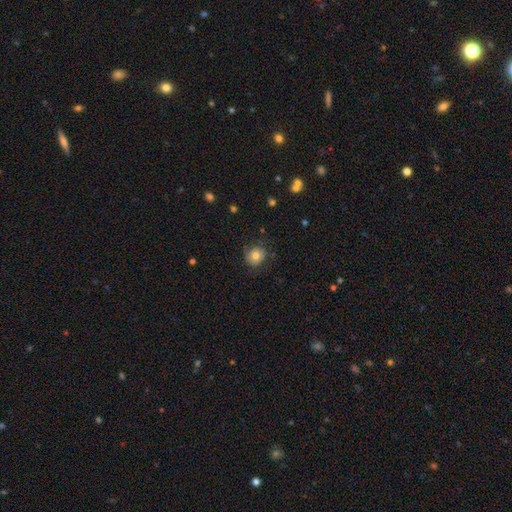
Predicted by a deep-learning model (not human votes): This appears to be a smooth galaxy with no disk features (74%) that is round (84%). Merging: none (76%).